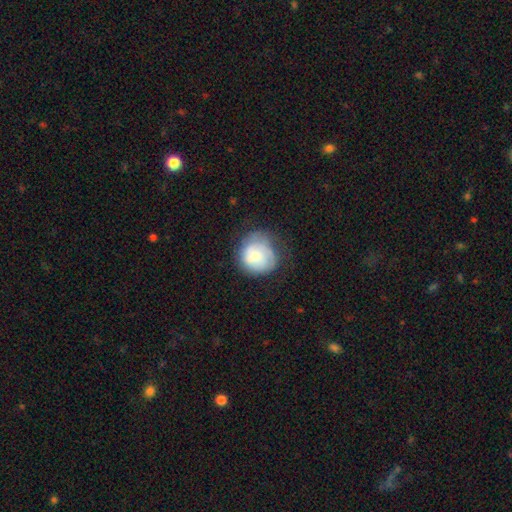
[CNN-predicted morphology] type=smooth (61%); roundness=round (82%); merging=none (53%).